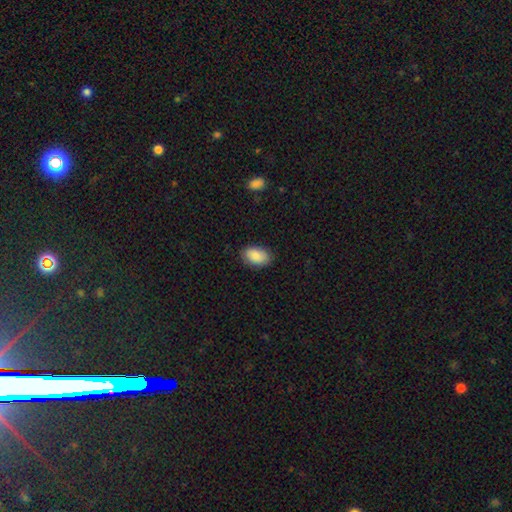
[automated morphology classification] Smooth or featured? smooth (86%)
How rounded? in between (91%)
Merging? none (85%)